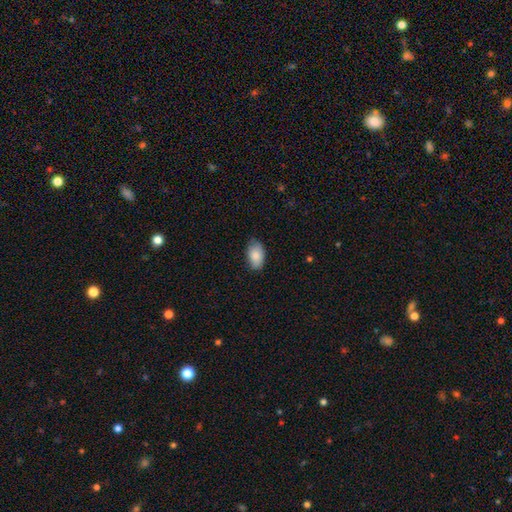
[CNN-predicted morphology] Overall: smooth (85%). How rounded: in between (92%). Merging: none (73%).